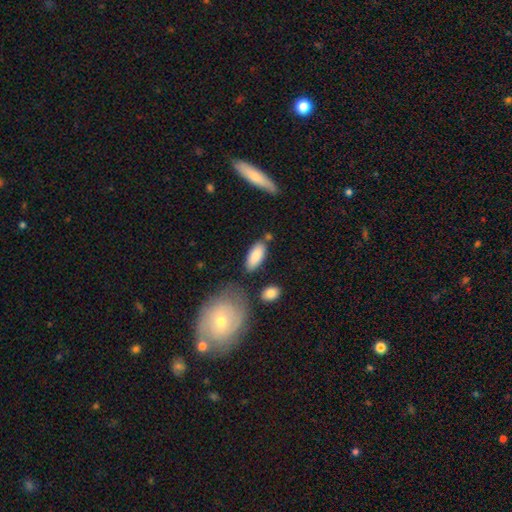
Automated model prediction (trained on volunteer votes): smooth_or_featured: smooth (p=0.87) [alt: featured or disk p=0.08]
how_rounded: in between (p=0.84) [alt: cigar-shaped p=0.14]
merging: none (p=0.74) [alt: minor disturbance p=0.15]